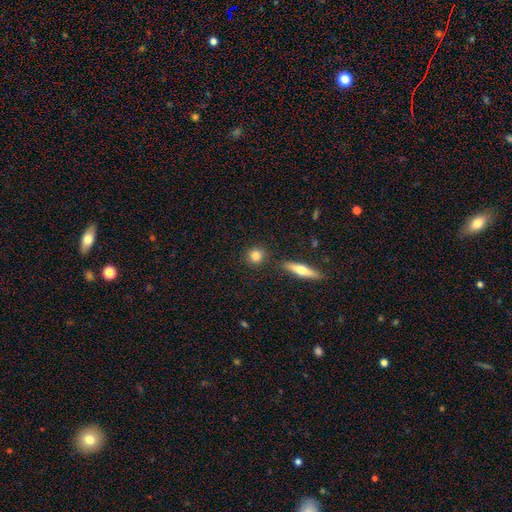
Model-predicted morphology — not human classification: A smooth galaxy with no disk features (81%) that is round (84%). Merging: none (86%).